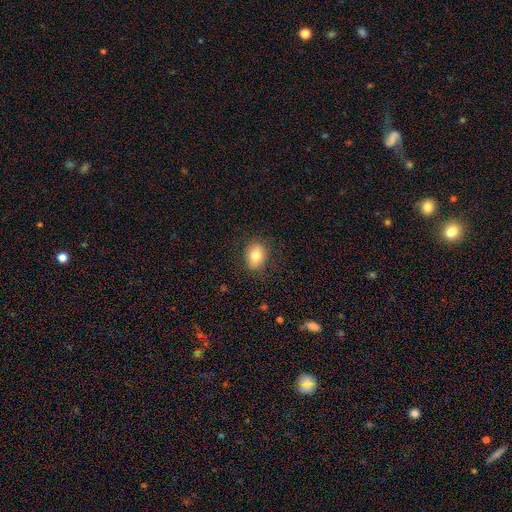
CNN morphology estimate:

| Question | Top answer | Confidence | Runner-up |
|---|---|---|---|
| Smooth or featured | smooth | 80% | featured or disk (11%) |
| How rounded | in between | 65% | round (33%) |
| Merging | none | 84% | minor disturbance (12%) |